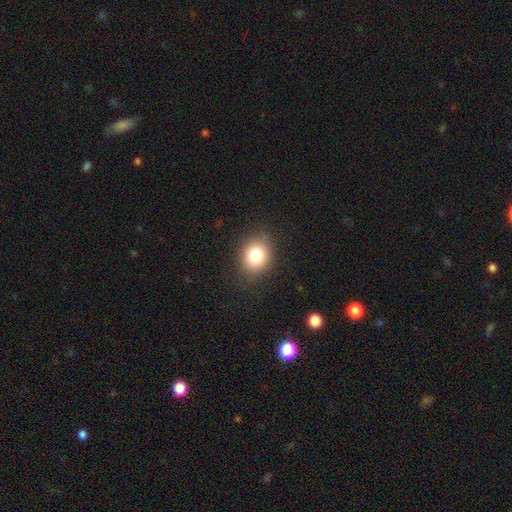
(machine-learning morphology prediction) Smooth or featured? smooth (84%)
How rounded? round (56%)
Merging? none (83%)